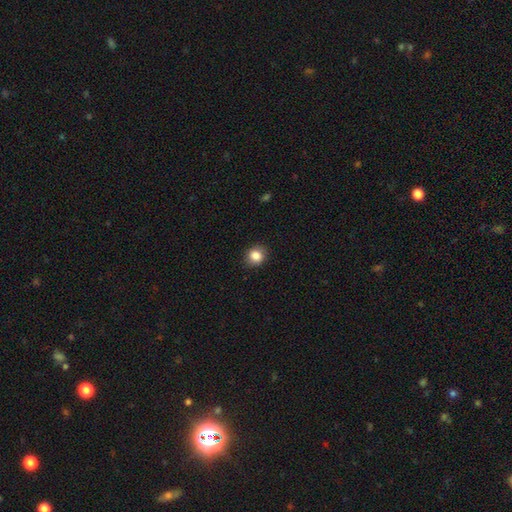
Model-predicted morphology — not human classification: Overall: smooth (85%). How rounded: round (78%). Merging: none (88%).